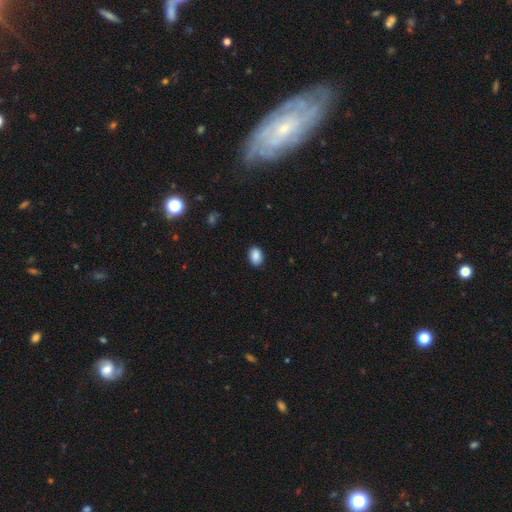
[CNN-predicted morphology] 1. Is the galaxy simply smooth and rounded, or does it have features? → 89% smooth, 8% star or artifact, 4% featured or disk.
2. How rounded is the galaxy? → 77% in between, 22% round, 1% cigar-shaped.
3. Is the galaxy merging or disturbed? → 88% none, 9% minor disturbance, 2% major disturbance, 1% merger.